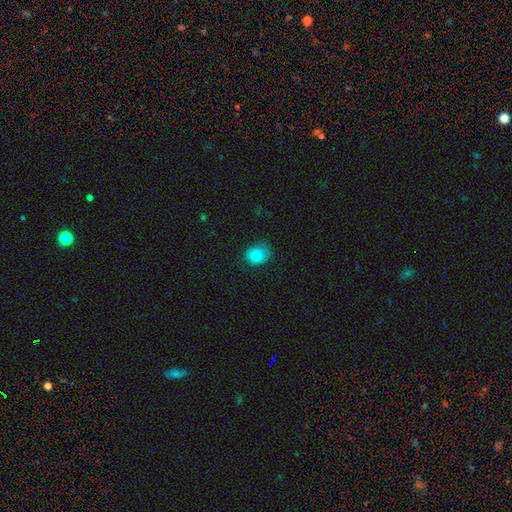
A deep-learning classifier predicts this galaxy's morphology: A smooth galaxy with no disk features (81%) that is round (61%). Merging: none (70%).